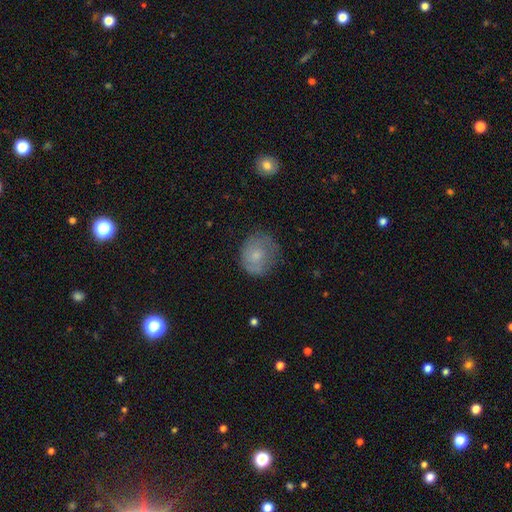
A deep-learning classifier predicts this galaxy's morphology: Smooth or featured?
  - smooth: 58% *
  - featured or disk: 33%
  - star or artifact: 9%
How rounded?
  - round: 68% *
  - in between: 31%
  - cigar-shaped: 1%
Merging?
  - none: 65% *
  - minor disturbance: 24%
  - major disturbance: 9%
  - merger: 2%